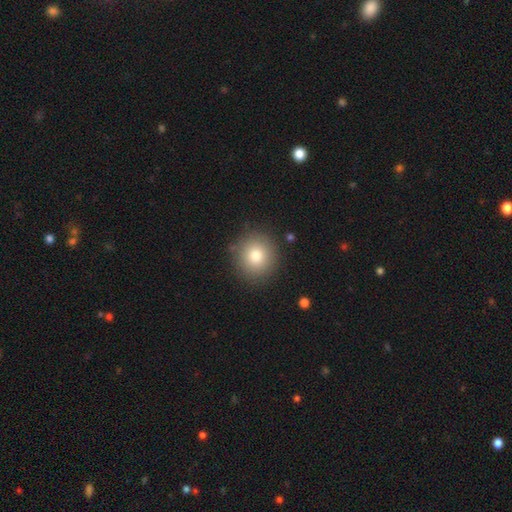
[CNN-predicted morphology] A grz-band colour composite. It shows a smooth galaxy with no disk features (80%) that is round (92%). Merging: none (89%).